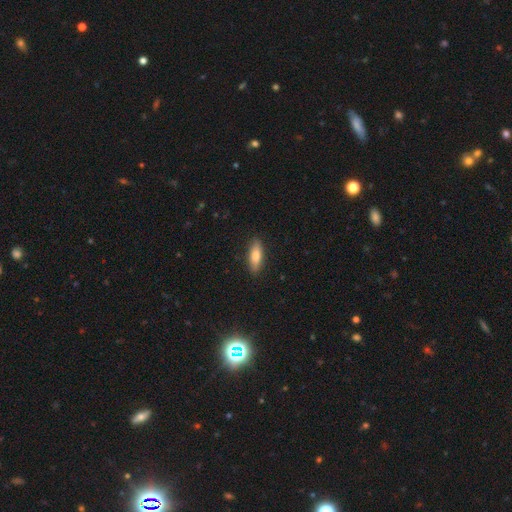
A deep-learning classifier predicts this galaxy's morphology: smooth_or_featured: smooth (p=0.77) [alt: featured or disk p=0.16]
how_rounded: in between (p=0.60) [alt: cigar-shaped p=0.38]
merging: none (p=0.87) [alt: minor disturbance p=0.10]